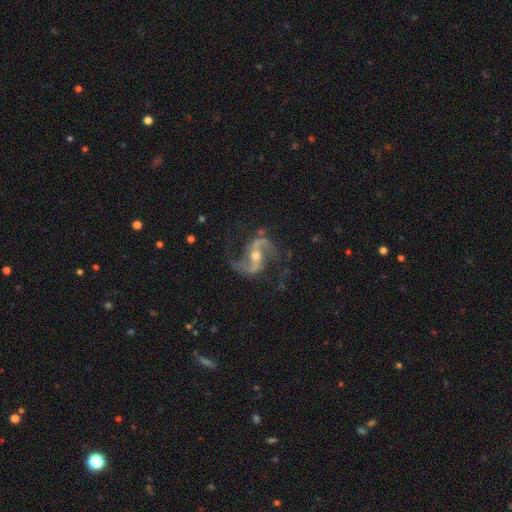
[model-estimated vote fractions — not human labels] Q: Smooth or featured?
A: featured or disk (92%); runner-up: star or artifact (5%)
Q: Edge-on disk?
A: no (97%); runner-up: yes (3%)
Q: Bar?
A: strong (39%); runner-up: weak (36%)
Q: Spiral arms?
A: yes (98%); runner-up: no (2%)
Q: Spiral winding?
A: loose (52%); runner-up: medium (40%)
Q: Spiral arm count?
A: 2 (94%); runner-up: can't tell (1%)
Q: Bulge size?
A: moderate (57%); runner-up: small (39%)
Q: Merging?
A: none (76%); runner-up: minor disturbance (14%)